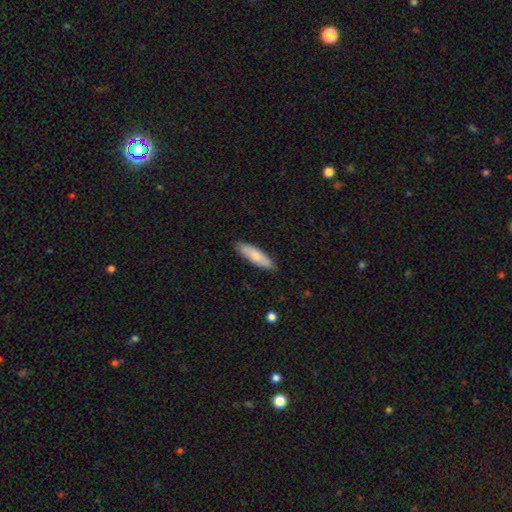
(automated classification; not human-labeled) smooth 79%, featured or disk 15%, star or artifact 5%. Down the decision tree: how rounded — cigar-shaped (64%); merging — none (87%).